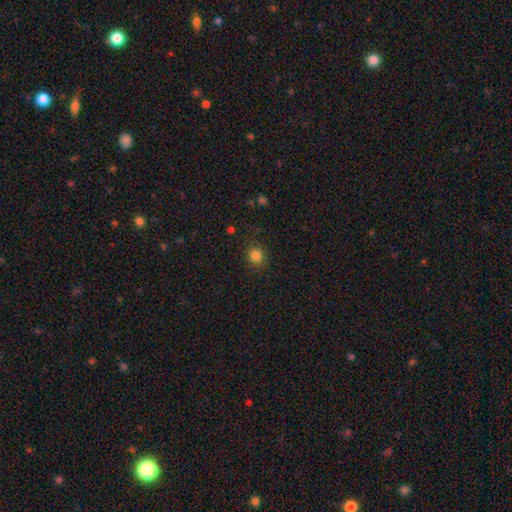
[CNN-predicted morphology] smooth_or_featured: smooth (p=0.82) [alt: star or artifact p=0.13]
how_rounded: round (p=0.84) [alt: in between p=0.15]
merging: none (p=0.87) [alt: minor disturbance p=0.09]